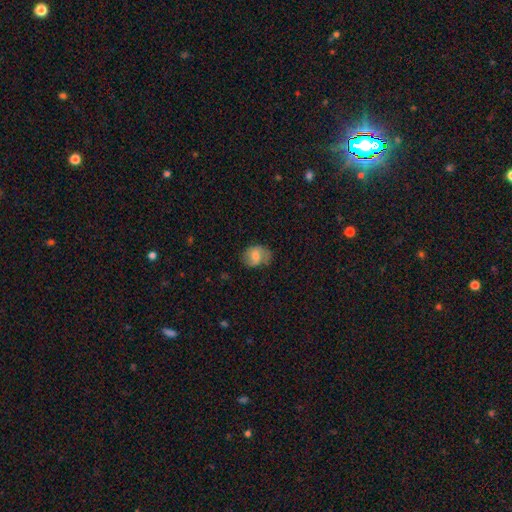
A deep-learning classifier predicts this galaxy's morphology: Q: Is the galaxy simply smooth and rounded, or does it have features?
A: smooth — 62%.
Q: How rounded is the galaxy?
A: in between — 55%.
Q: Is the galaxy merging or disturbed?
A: none — 53%.